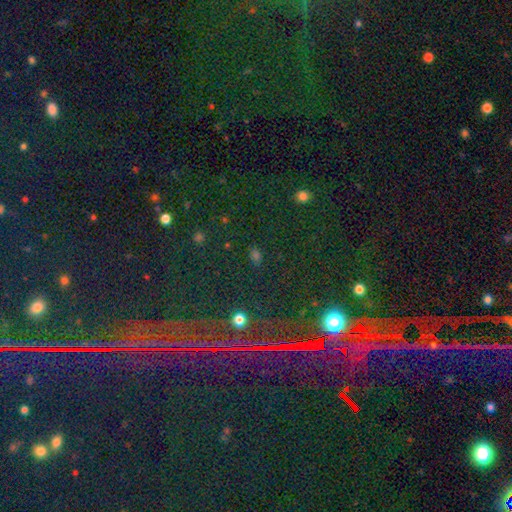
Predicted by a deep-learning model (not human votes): The model was most divided on "smooth or featured": star or artifact: 53%, smooth: 37%, featured or disk: 10%.